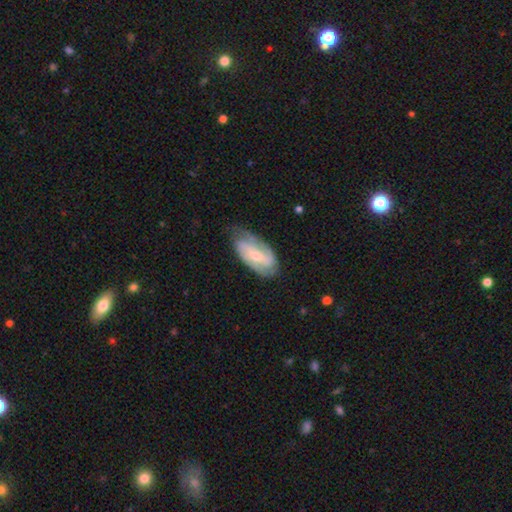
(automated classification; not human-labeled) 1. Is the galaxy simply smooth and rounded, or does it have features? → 70% featured or disk, 25% smooth, 6% star or artifact.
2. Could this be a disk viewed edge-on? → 94% no, 6% yes.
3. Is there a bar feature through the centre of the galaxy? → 42% weak, 38% no, 20% strong.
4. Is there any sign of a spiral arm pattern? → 89% yes, 11% no.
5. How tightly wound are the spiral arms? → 40% medium, 39% tight, 21% loose.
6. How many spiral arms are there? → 55% 2, 24% can't tell, 11% 3, 5% 1, 3% 4, 2% more than 4.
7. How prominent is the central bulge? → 53% small, 43% moderate, 2% large, 2% none, 1% dominant.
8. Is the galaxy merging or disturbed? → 59% none, 29% minor disturbance, 10% major disturbance, 1% merger.